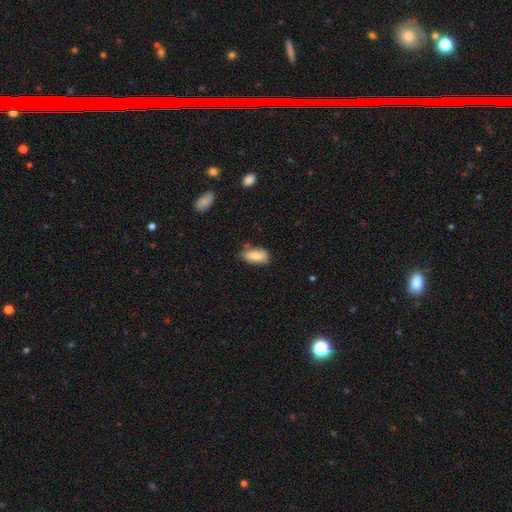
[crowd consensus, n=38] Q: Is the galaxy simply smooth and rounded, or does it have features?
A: smooth — 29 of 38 (76%).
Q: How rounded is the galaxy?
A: in between — 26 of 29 (90%).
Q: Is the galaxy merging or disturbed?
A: none — 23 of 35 (66%).